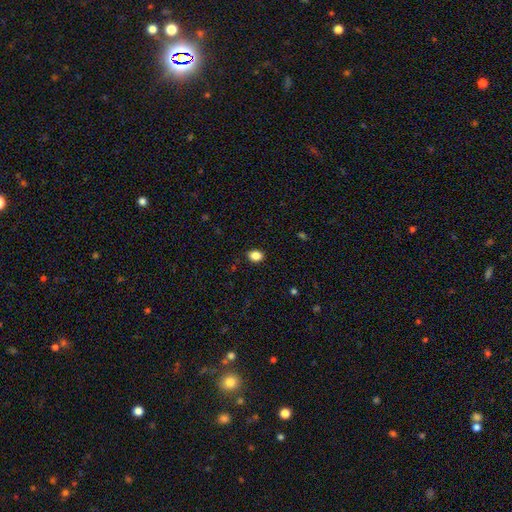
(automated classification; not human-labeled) A smooth galaxy with no disk features (87%) that is in between round and cigar-shaped (67%). Merging: none (88%).